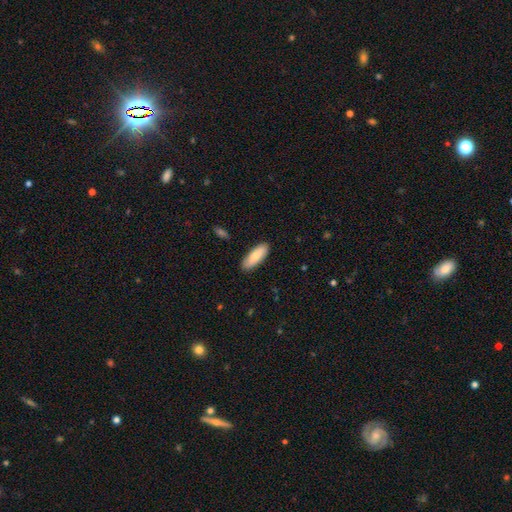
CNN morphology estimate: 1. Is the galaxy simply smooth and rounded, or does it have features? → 79% smooth, 15% featured or disk, 6% star or artifact.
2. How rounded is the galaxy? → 69% in between, 29% cigar-shaped, 2% round.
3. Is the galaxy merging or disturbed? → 88% none, 9% minor disturbance, 2% major disturbance, 1% merger.